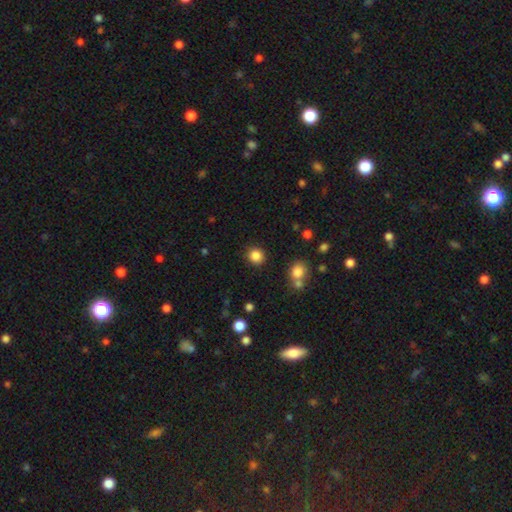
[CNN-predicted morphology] This appears to be a smooth galaxy with no disk features (85%) that is round (89%). Merging: none (88%).